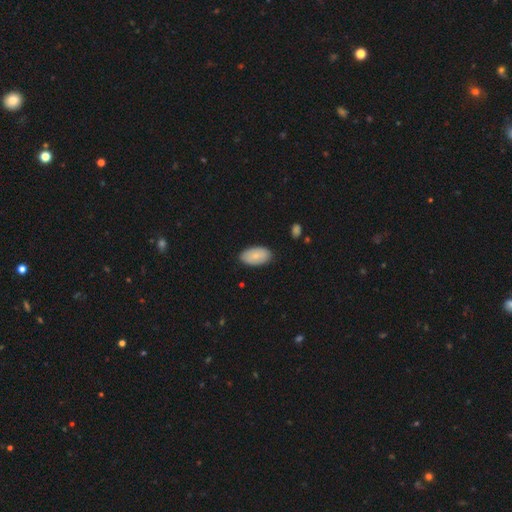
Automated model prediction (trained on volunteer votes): Q: Smooth or featured?
A: smooth (80%); runner-up: featured or disk (14%)
Q: How rounded?
A: in between (95%); runner-up: round (4%)
Q: Merging?
A: none (86%); runner-up: minor disturbance (11%)